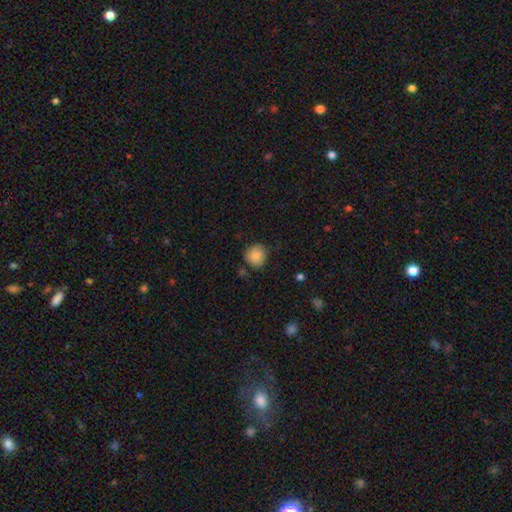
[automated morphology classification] Smooth or featured? smooth (86%)
How rounded? round (87%)
Merging? none (77%)